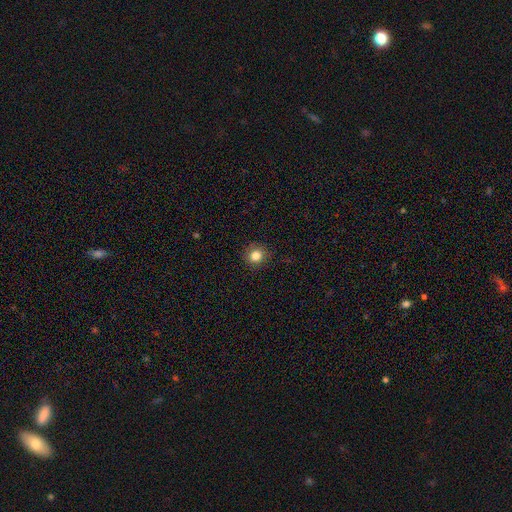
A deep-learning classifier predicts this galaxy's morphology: A smooth galaxy with no disk features (83%) that is round (90%). Merging: none (90%).